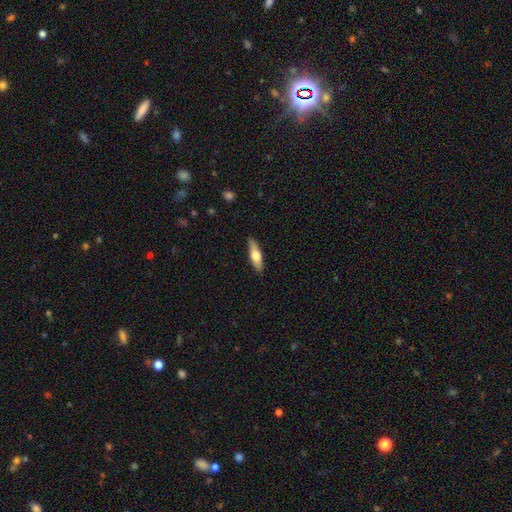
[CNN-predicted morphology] Smooth or featured? Predicted: smooth (p=0.57). How rounded? Predicted: cigar-shaped (p=0.61). Merging? Predicted: none (p=0.88).